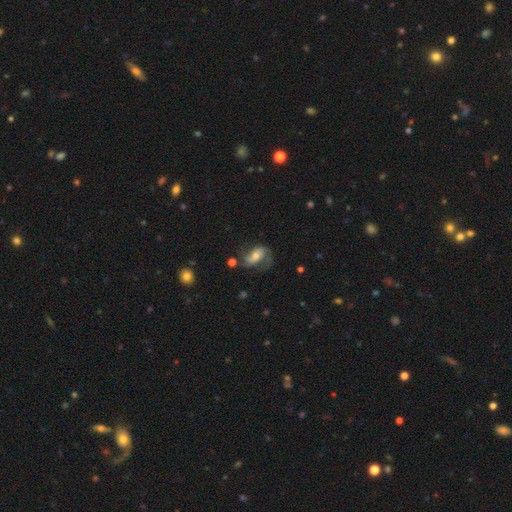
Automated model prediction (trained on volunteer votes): smooth_or_featured: featured or disk (p=0.69) [alt: smooth p=0.23]
disk_edge_on: no (p=0.96) [alt: yes p=0.04]
bar: no (p=0.44) [alt: weak p=0.35]
has_spiral_arms: yes (p=0.89) [alt: no p=0.11]
spiral_winding: medium (p=0.42) [tied with: loose p=0.42]
spiral_arm_count: 2 (p=0.75) [alt: 1 p=0.11]
bulge_size: moderate (p=0.52) [alt: small p=0.37]
merging: none (p=0.49) [alt: major disturbance p=0.24]